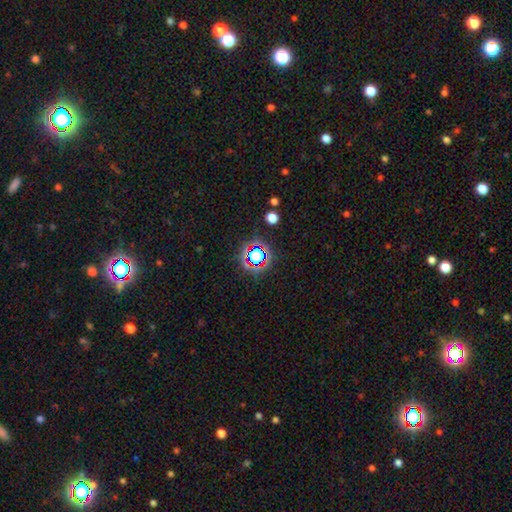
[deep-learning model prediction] A star or artifact, not a galaxy (61%).

Vote fractions:
- Smooth or featured? star or artifact: 61% / smooth: 27% / featured or disk: 12%